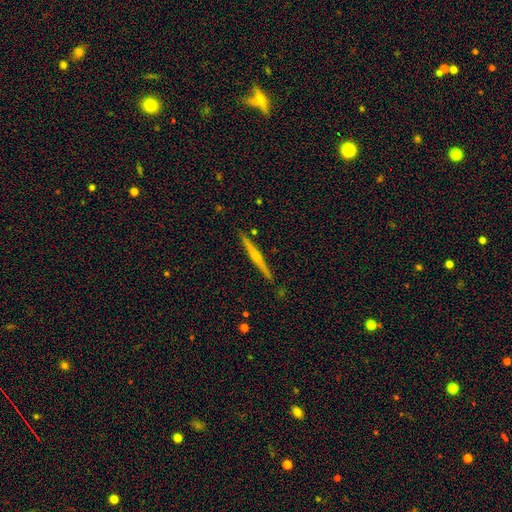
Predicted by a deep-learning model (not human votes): A featured or disk galaxy (64%) viewed edge-on (98%) with a rounded central bulge (53%).

Vote fractions:
- Smooth or featured? featured or disk: 64% / smooth: 30% / star or artifact: 6%
- Edge-on disk? yes: 98% / no: 2%
- Edge-on bulge? rounded: 53% / none: 35% / boxy: 12%
- Merging? none: 91% / minor disturbance: 6% / merger: 1% / major disturbance: 1%